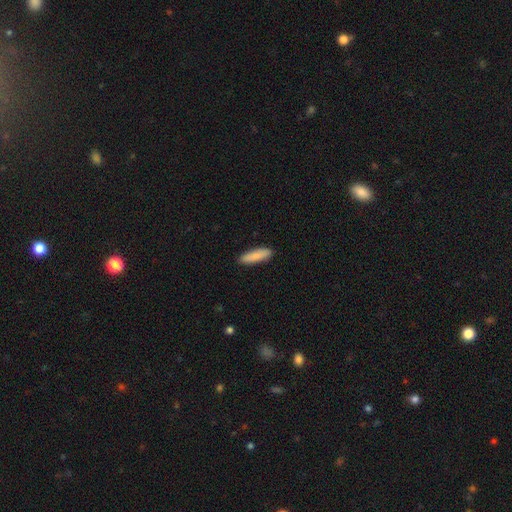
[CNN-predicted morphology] A smooth galaxy with no disk features (88%) that is cigar-shaped (67%).

Vote fractions:
- Smooth or featured? smooth: 88% / featured or disk: 7% / star or artifact: 5%
- How rounded? cigar-shaped: 67% / in between: 32% / round: 1%
- Merging? none: 89% / minor disturbance: 8% / major disturbance: 2% / merger: 1%